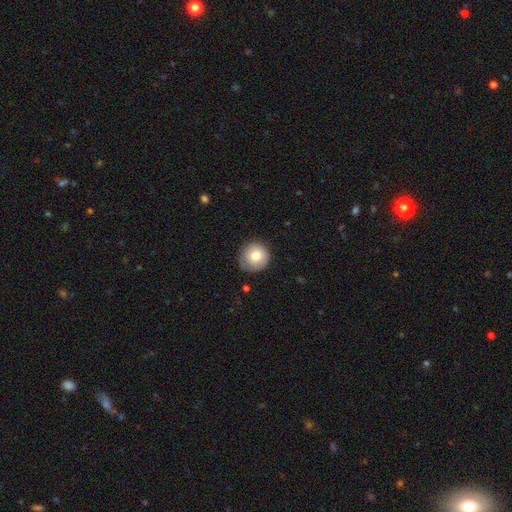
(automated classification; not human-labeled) A smooth galaxy with no disk features (78%) that is round (94%). Merging: none (78%).